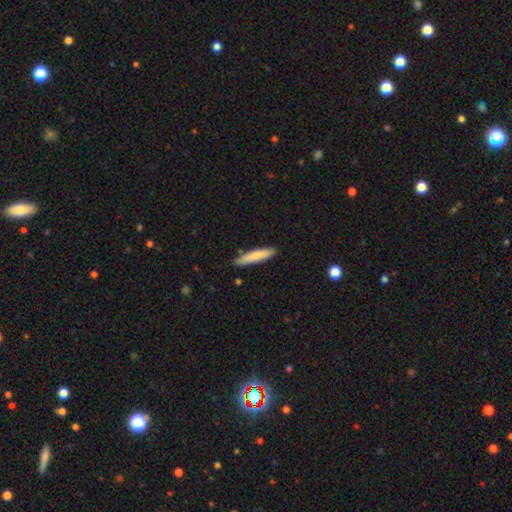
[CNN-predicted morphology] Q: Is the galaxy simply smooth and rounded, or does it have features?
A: smooth — 79%.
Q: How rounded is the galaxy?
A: cigar-shaped — 87%.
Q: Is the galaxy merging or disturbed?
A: none — 85%.